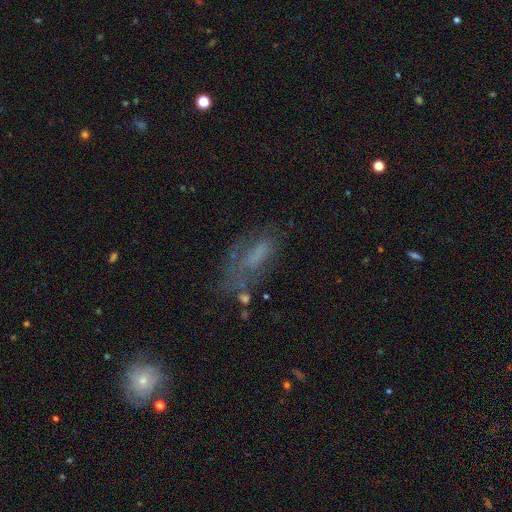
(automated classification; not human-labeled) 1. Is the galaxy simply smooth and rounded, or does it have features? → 49% smooth, 36% featured or disk, 16% star or artifact.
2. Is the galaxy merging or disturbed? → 43% none, 27% major disturbance, 25% minor disturbance, 5% merger.